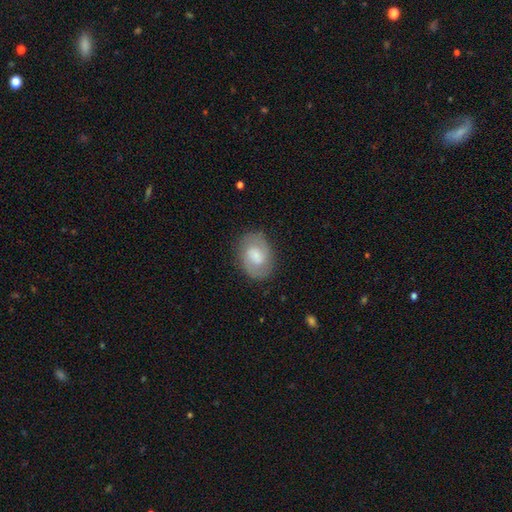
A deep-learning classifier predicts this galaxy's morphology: A featured or disk galaxy (51%). Merging: none (79%).